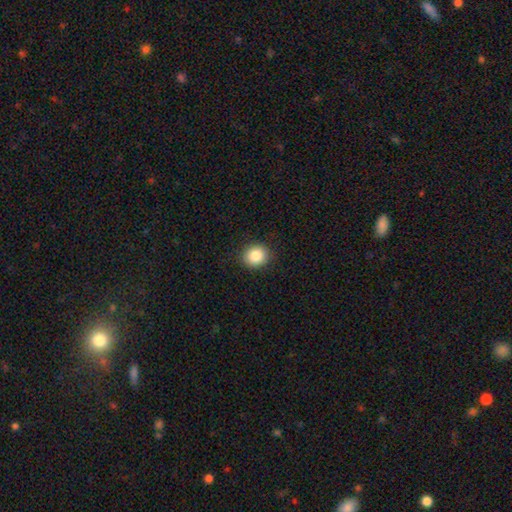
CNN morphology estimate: smooth_or_featured: smooth (p=0.85) [alt: star or artifact p=0.09]
how_rounded: round (p=0.79) [alt: in between p=0.21]
merging: none (p=0.90) [alt: minor disturbance p=0.07]